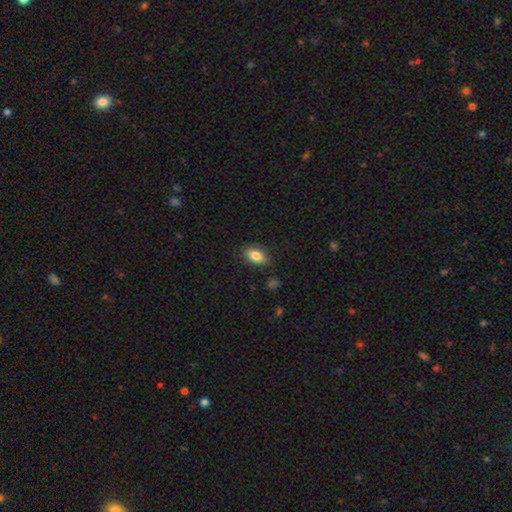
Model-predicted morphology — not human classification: Smooth or featured? Predicted: smooth (p=0.83). How rounded? Predicted: in between (p=0.88). Merging? Predicted: none (p=0.84).